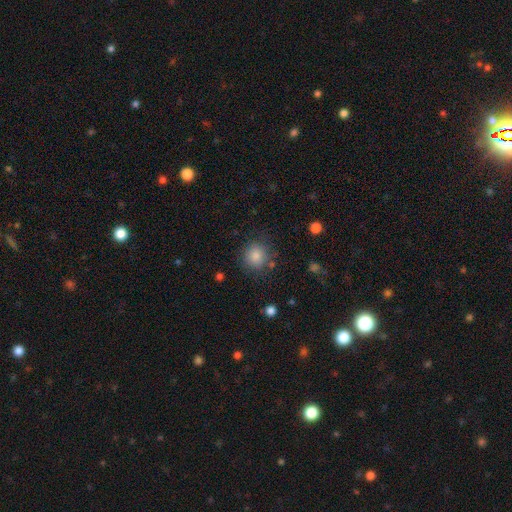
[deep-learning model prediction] Overall: smooth (83%). How rounded: round (89%). Merging: none (82%).